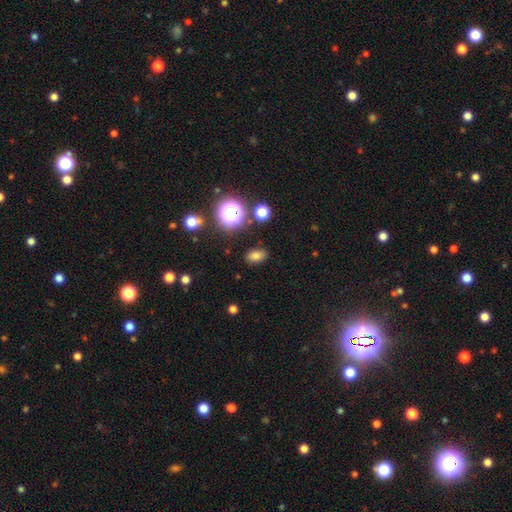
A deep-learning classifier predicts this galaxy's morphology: This appears to be a smooth galaxy with no disk features (73%) that is in between round and cigar-shaped (81%). Merging: none (85%).